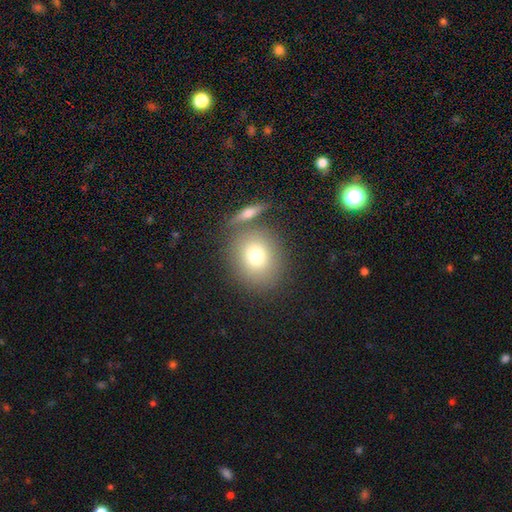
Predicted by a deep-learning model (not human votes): Overall: smooth (75%). How rounded: round (73%). Merging: none (71%).